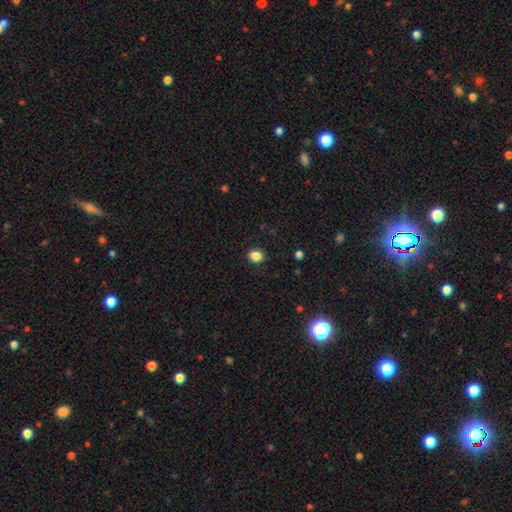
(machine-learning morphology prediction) smooth_or_featured: smooth (p=0.85) [alt: star or artifact p=0.11]
how_rounded: round (p=0.59) [alt: in between p=0.40]
merging: none (p=0.89) [alt: minor disturbance p=0.08]